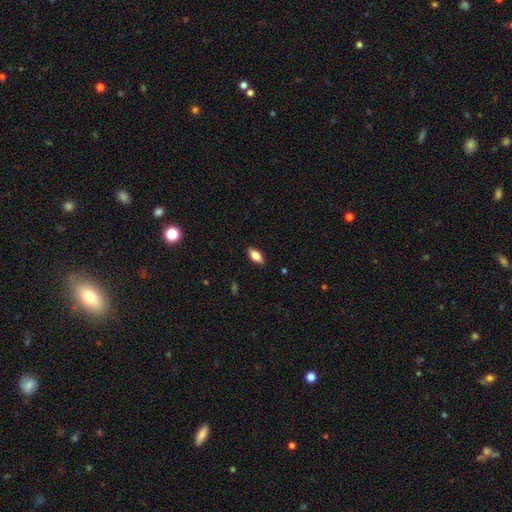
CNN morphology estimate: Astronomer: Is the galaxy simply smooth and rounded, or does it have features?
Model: smooth — 78%.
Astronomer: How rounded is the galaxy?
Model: in between — 88%.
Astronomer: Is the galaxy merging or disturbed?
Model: none — 88%.